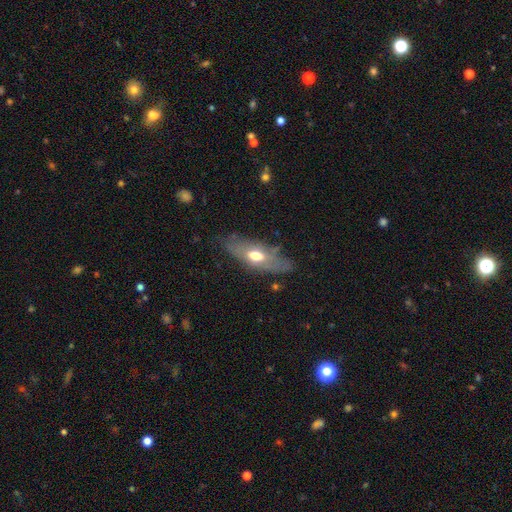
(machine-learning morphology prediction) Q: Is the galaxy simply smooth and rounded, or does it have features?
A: smooth — 49%.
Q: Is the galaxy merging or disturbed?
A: none — 67%.